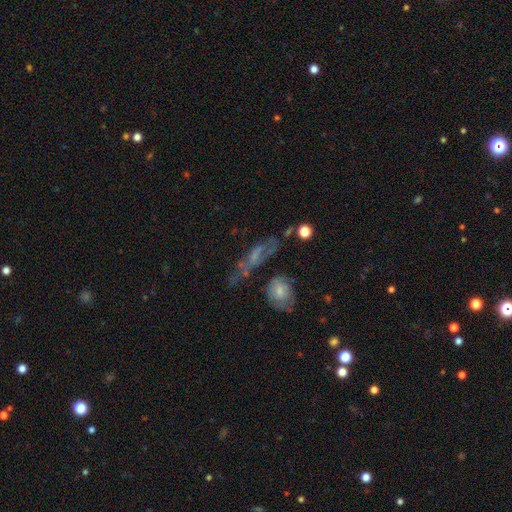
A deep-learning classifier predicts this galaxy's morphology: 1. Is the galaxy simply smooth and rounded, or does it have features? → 53% featured or disk, 31% smooth, 15% star or artifact.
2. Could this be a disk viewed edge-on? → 72% no, 28% yes.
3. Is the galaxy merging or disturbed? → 46% none, 20% minor disturbance, 19% major disturbance, 15% merger.